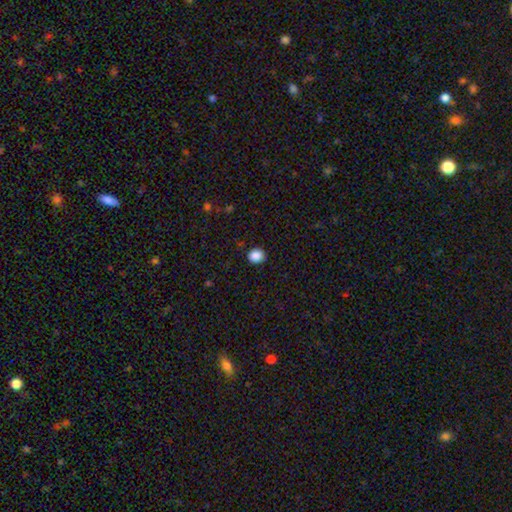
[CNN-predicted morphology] smooth 88%, star or artifact 9%, featured or disk 3%. Down the decision tree: how rounded — round (72%); merging — none (89%).